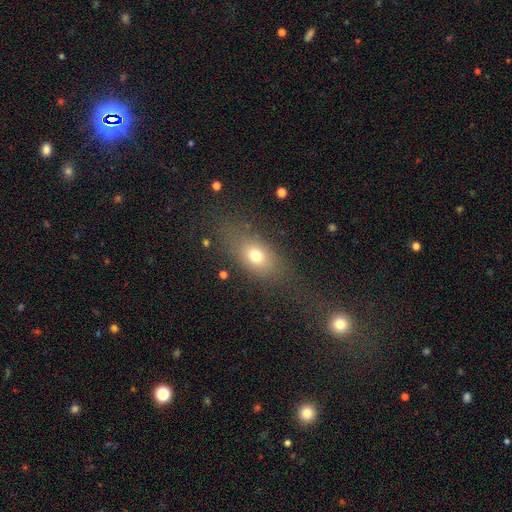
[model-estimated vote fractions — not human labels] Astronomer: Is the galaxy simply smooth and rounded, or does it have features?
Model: smooth — 72%.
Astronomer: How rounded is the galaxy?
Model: in between — 74%.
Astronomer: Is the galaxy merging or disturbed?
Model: none — 72%.